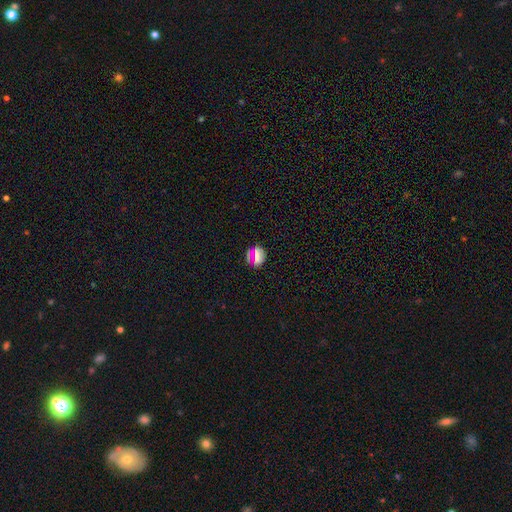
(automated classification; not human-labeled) smooth_or_featured: smooth (p=0.59) [alt: star or artifact p=0.28]
how_rounded: round (p=0.71) [alt: in between p=0.25]
merging: none (p=0.83) [alt: minor disturbance p=0.10]